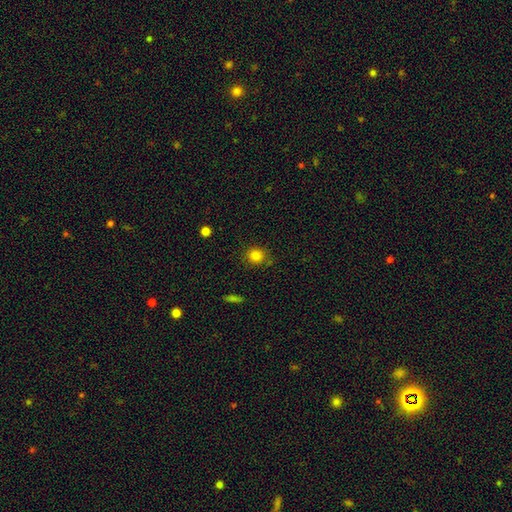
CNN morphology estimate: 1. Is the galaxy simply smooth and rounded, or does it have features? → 82% smooth, 12% star or artifact, 6% featured or disk.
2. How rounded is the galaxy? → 84% round, 15% in between, 1% cigar-shaped.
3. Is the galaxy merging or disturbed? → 82% none, 12% minor disturbance, 4% merger, 3% major disturbance.